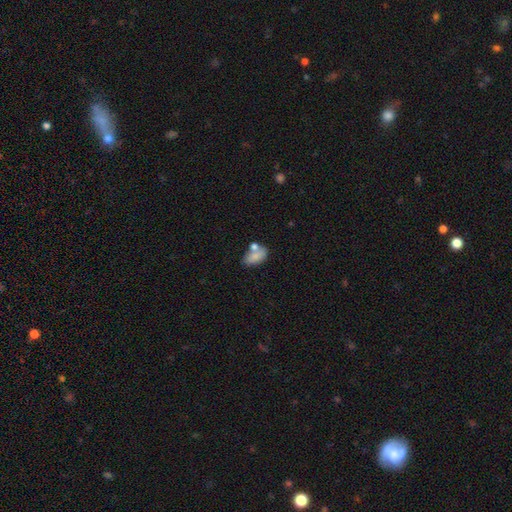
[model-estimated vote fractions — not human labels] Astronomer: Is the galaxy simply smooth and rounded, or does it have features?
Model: smooth — 77%.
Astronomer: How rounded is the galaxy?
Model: in between — 90%.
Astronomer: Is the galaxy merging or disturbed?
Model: none — 48% (runner-up: merger, 27%).